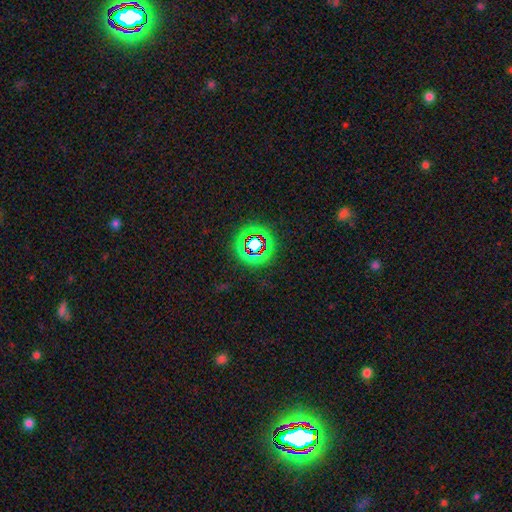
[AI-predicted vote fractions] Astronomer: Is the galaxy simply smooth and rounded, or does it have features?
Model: star or artifact — 65%.